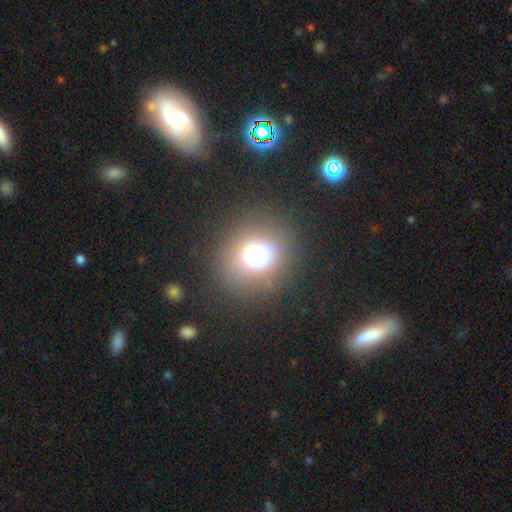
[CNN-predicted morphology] smooth-or-featured: smooth: 67% | star or artifact: 21% | featured or disk: 12%
  how-rounded: round: 83% | in between: 16% | cigar-shaped: 1%
  merging: none: 82% | minor disturbance: 10% | major disturbance: 6% | merger: 2%